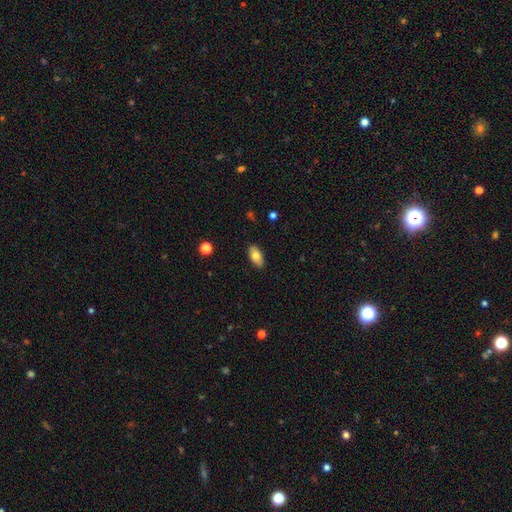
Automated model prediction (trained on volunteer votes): smooth-or-featured: smooth: 76% | featured or disk: 17% | star or artifact: 7%
  how-rounded: in between: 91% | cigar-shaped: 5% | round: 4%
  merging: none: 88% | minor disturbance: 9% | major disturbance: 2% | merger: 1%